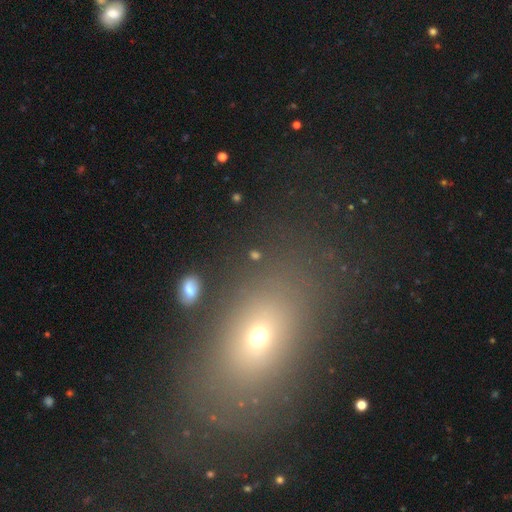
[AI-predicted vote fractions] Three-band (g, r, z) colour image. It shows a smooth galaxy with no disk features (54%) that is in between round and cigar-shaped (48%). Merging: none (75%).